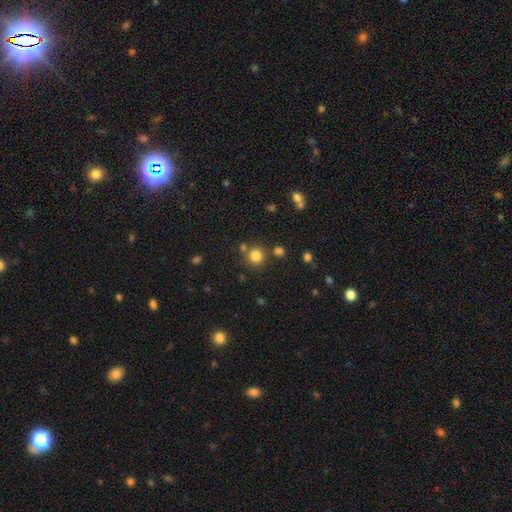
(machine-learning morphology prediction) Smooth or featured?
  - smooth: 81% *
  - star or artifact: 13%
  - featured or disk: 5%
How rounded?
  - round: 92% *
  - in between: 7%
  - cigar-shaped: 1%
Merging?
  - none: 77% *
  - merger: 11%
  - minor disturbance: 8%
  - major disturbance: 3%